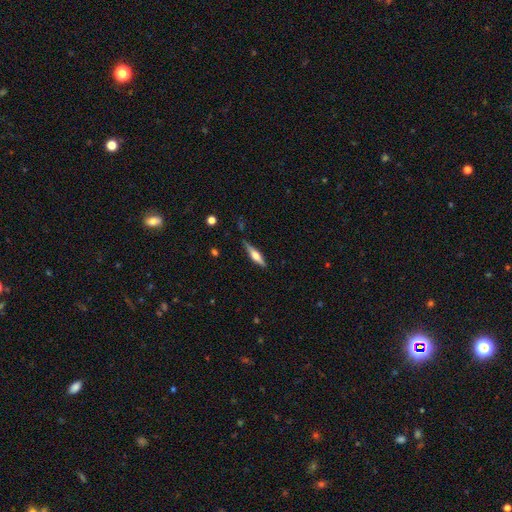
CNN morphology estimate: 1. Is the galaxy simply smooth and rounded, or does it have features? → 55% featured or disk, 39% smooth, 6% star or artifact.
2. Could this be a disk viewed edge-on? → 96% yes, 4% no.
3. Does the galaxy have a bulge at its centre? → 86% rounded, 10% boxy, 4% none.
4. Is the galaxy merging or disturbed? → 80% none, 15% minor disturbance, 3% major disturbance, 2% merger.